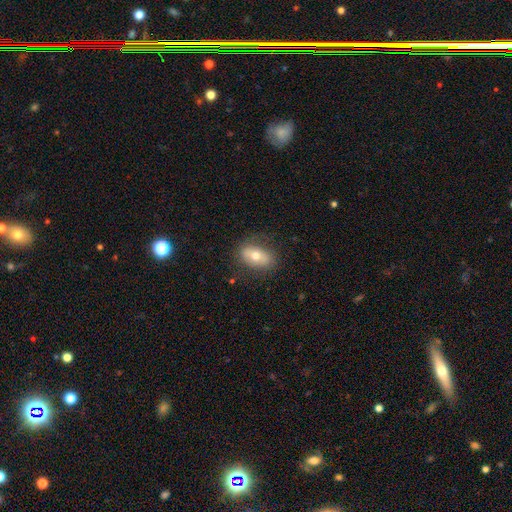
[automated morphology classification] This is likely a smooth galaxy (62%). How rounded: clearly in between (86%). Merging: likely none (78%).